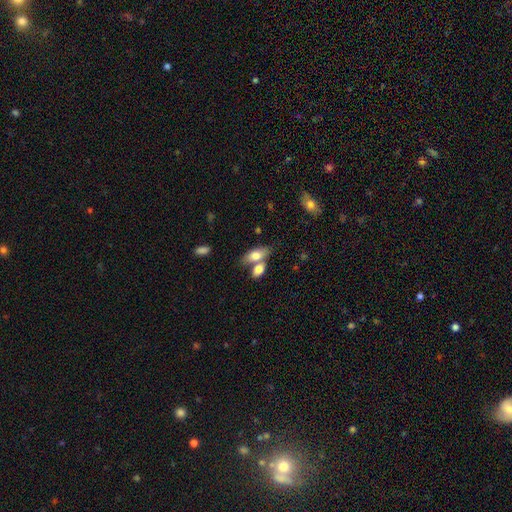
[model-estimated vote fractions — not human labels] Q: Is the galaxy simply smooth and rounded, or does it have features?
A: smooth — 76%.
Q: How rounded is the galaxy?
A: in between — 84%.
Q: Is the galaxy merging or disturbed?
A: none — 43%, tied with merger.